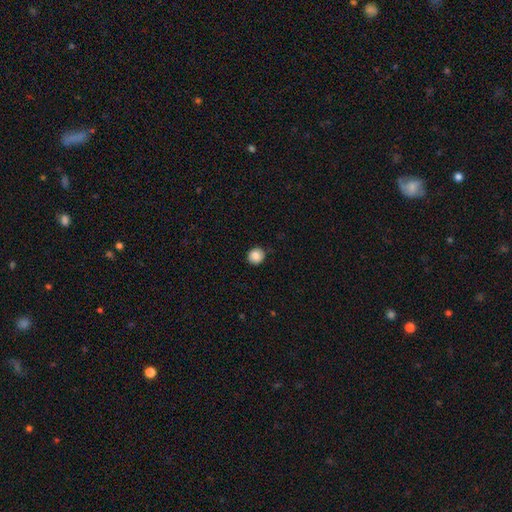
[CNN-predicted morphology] This appears to be a smooth galaxy with no disk features (87%) that is round (88%). Merging: none (84%).